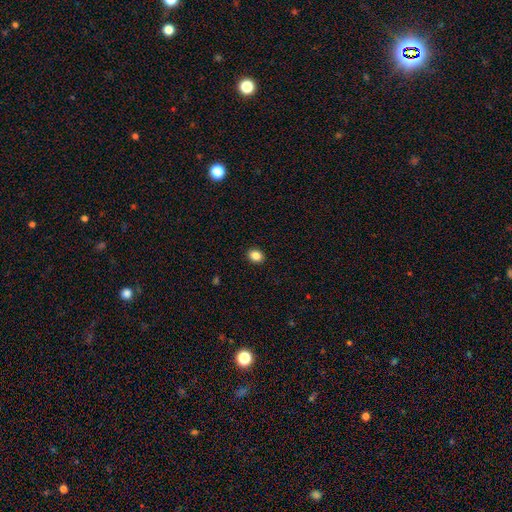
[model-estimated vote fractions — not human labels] Smooth or featured?
  - smooth: 85% *
  - star or artifact: 10%
  - featured or disk: 5%
How rounded?
  - round: 53% *
  - in between: 46%
  - cigar-shaped: 1%
Merging?
  - none: 92% *
  - minor disturbance: 6%
  - major disturbance: 2%
  - merger: 1%